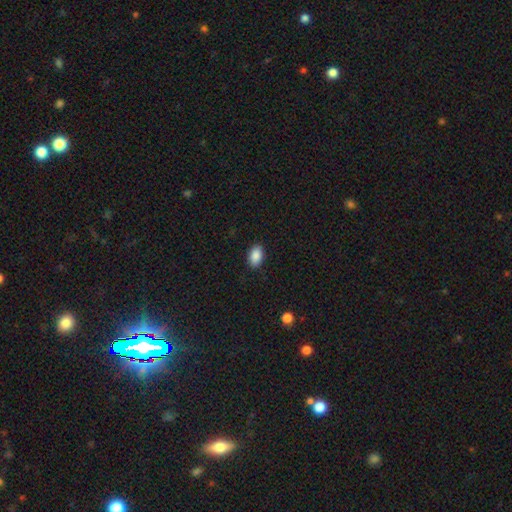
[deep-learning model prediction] Q: Smooth or featured?
A: smooth (88%); runner-up: star or artifact (8%)
Q: How rounded?
A: in between (91%); runner-up: round (8%)
Q: Merging?
A: none (89%); runner-up: minor disturbance (8%)